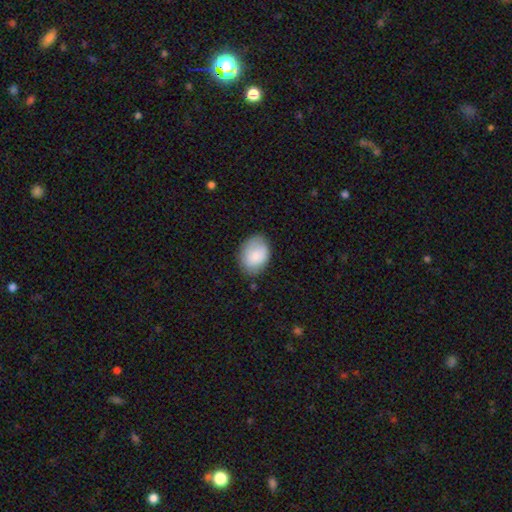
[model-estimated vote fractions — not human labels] A smooth galaxy with no disk features (84%) that is in between round and cigar-shaped (72%). Merging: none (73%).